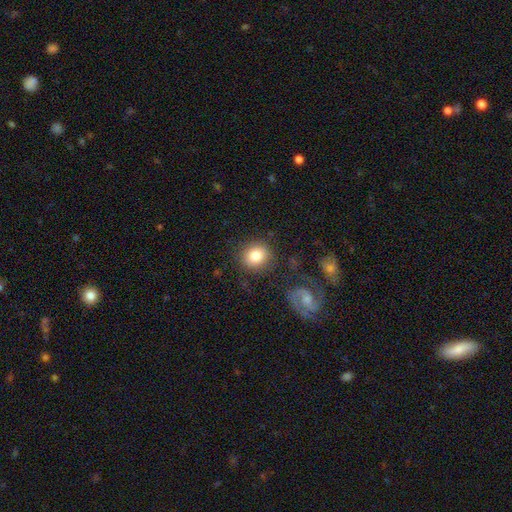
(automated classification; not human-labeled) Morphology: type=smooth (82%); roundness=round (81%); merging=none (84%).